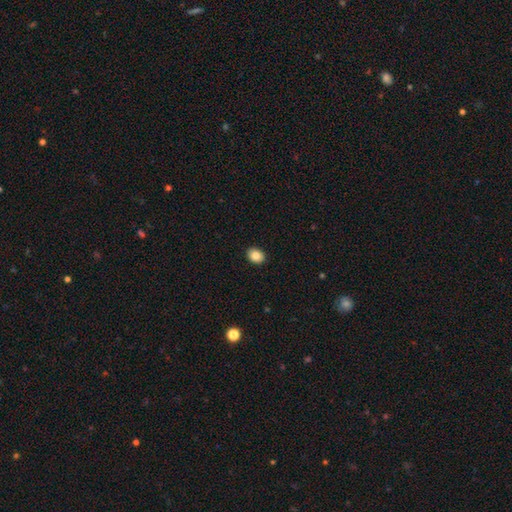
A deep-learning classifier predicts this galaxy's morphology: Overall: smooth (84%). How rounded: in between (57%; round 42%). Merging: none (91%).